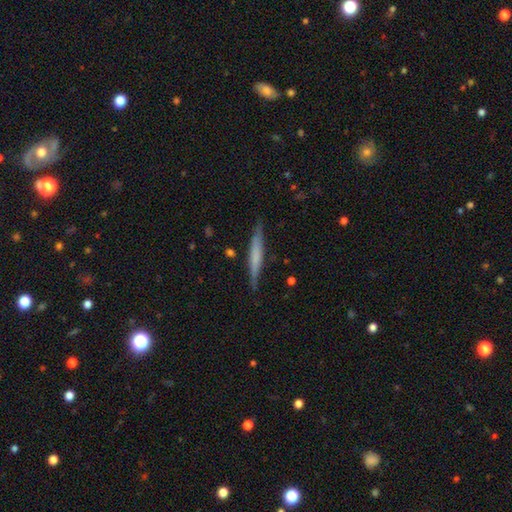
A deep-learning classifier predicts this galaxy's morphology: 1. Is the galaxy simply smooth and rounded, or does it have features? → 50% smooth, 44% featured or disk, 6% star or artifact.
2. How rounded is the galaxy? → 95% cigar-shaped, 4% in between, 1% round.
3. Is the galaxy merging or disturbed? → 86% none, 10% minor disturbance, 2% major disturbance, 2% merger.